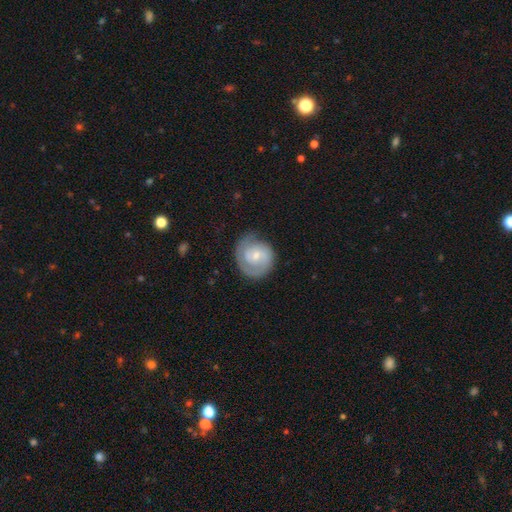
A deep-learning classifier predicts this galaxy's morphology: smooth_or_featured: featured or disk (p=0.71) [alt: smooth p=0.24]
disk_edge_on: no (p=0.98) [alt: yes p=0.02]
bar: no (p=0.54) [alt: weak p=0.40]
has_spiral_arms: yes (p=0.91) [alt: no p=0.09]
spiral_winding: tight (p=0.58) [alt: medium p=0.32]
spiral_arm_count: 2 (p=0.52) [alt: 1 p=0.24]
bulge_size: small (p=0.59) [alt: moderate p=0.36]
merging: none (p=0.69) [alt: minor disturbance p=0.21]